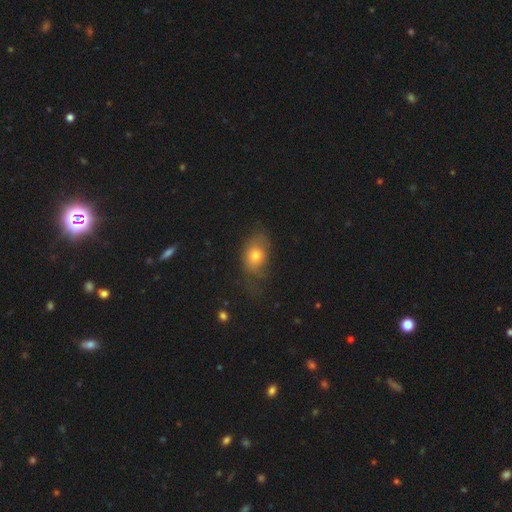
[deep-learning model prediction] Smooth or featured? Predicted: smooth (p=0.72). How rounded? Predicted: in between (p=0.71). Merging? Predicted: none (p=0.47).